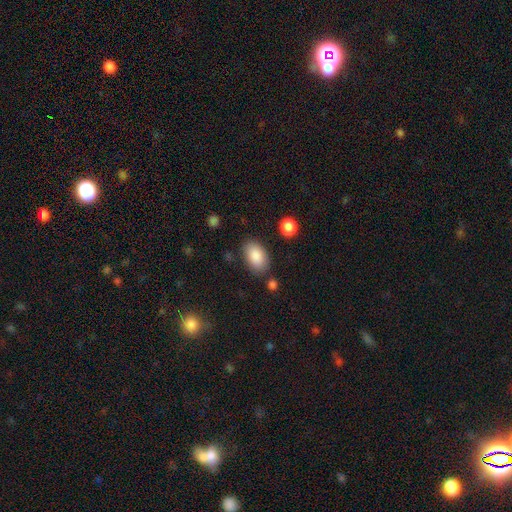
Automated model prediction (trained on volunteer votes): Morphology: type=smooth (87%); roundness=in between (93%); merging=none (80%).